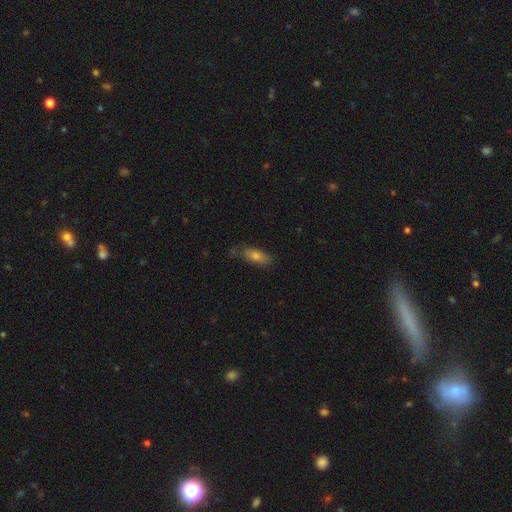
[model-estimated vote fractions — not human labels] A smooth galaxy with no disk features (70%) that is in between round and cigar-shaped (66%).

Vote fractions:
- Smooth or featured? smooth: 70% / featured or disk: 20% / star or artifact: 10%
- How rounded? in between: 66% / cigar-shaped: 31% / round: 3%
- Merging? none: 67% / minor disturbance: 24% / major disturbance: 6% / merger: 3%